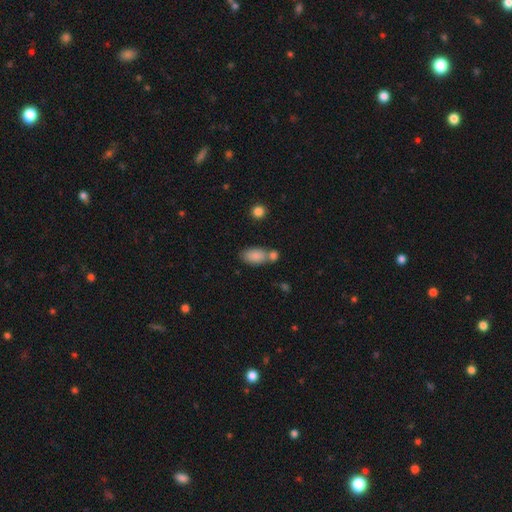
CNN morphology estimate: Smooth or featured? smooth (86%)
How rounded? in between (91%)
Merging? none (49%)